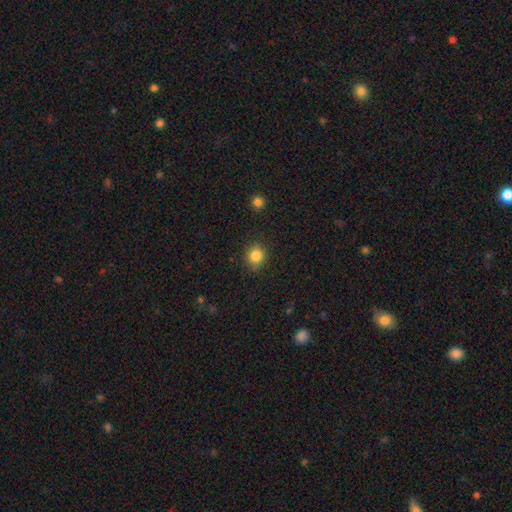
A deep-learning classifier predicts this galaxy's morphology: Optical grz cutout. It shows a smooth galaxy with no disk features (85%) that is round (80%). Merging: none (85%).